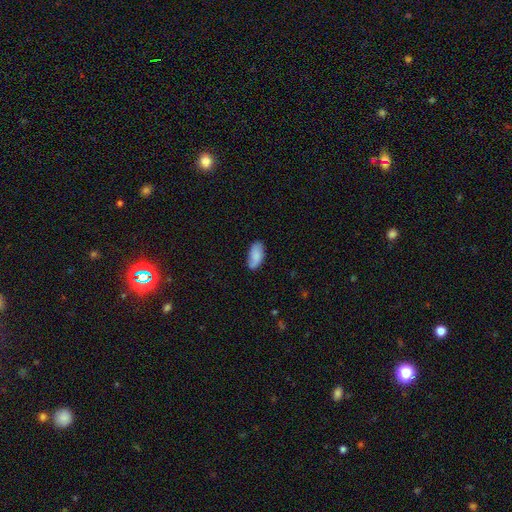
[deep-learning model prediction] Smooth or featured? Predicted: smooth (p=0.80). How rounded? Predicted: in between (p=0.92). Merging? Predicted: none (p=0.72).